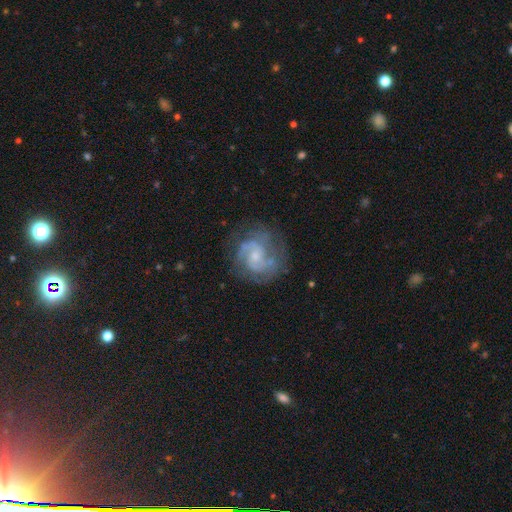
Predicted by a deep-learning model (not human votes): Smooth or featured? Predicted: featured or disk (p=0.84). Edge-on disk? Predicted: no (p=0.98). Bar? Predicted: no (p=0.59). Spiral arms? Predicted: yes (p=0.95). Spiral winding? Predicted: medium (p=0.46). Spiral arm count? Predicted: 2 (p=0.54). Bulge size? Predicted: small (p=0.66). Merging? Predicted: none (p=0.71).